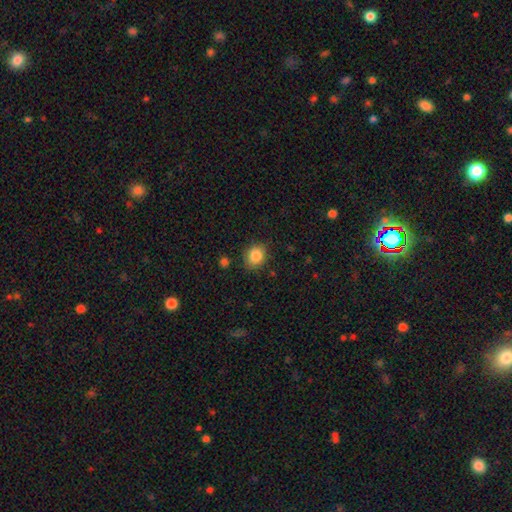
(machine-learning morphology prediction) Overall: smooth (85%). How rounded: round (68%; in between 31%). Merging: none (82%).